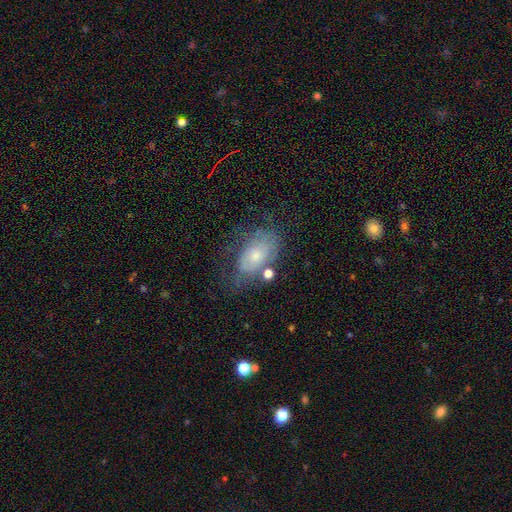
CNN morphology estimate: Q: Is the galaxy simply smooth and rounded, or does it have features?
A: smooth — 45%, tied with featured or disk.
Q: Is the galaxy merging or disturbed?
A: none — 48%.